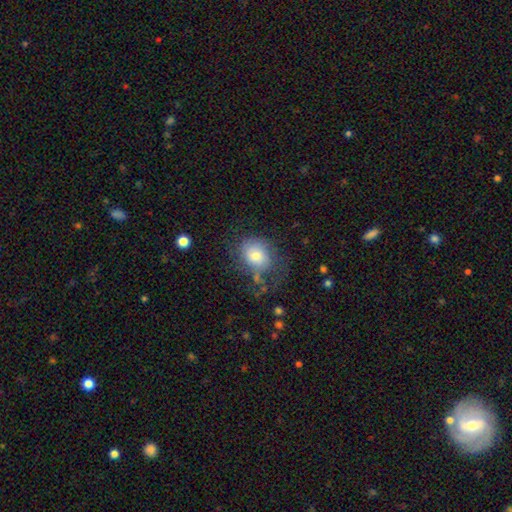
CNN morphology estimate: A smooth galaxy with no disk features (64%) that is round (58%).

Vote fractions:
- Smooth or featured? smooth: 64% / featured or disk: 26% / star or artifact: 9%
- How rounded? round: 58% / in between: 41% / cigar-shaped: 1%
- Merging? none: 50% / minor disturbance: 24% / major disturbance: 22% / merger: 4%